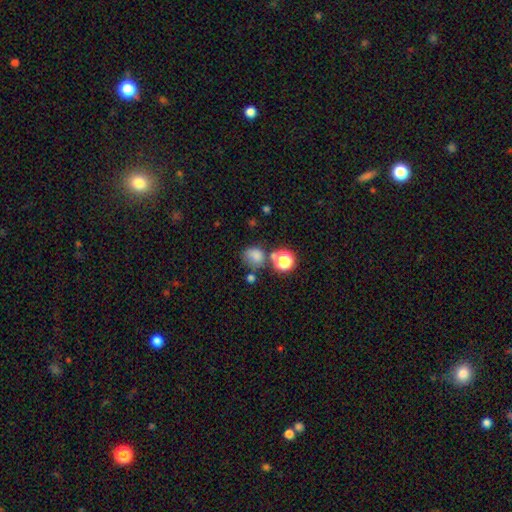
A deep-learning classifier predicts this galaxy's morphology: smooth 74%, star or artifact 17%, featured or disk 8%. Down the decision tree: how rounded — round (71%); merging — none (52%).